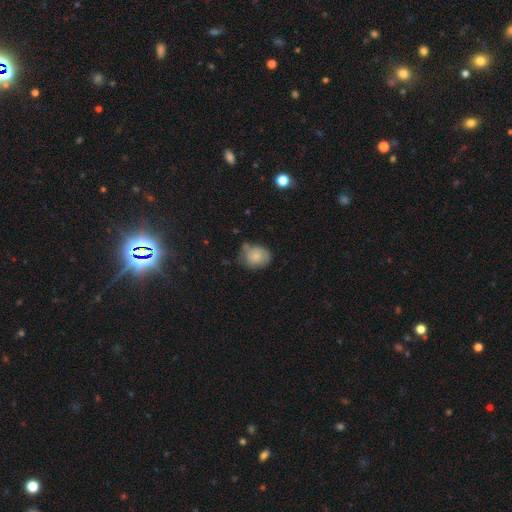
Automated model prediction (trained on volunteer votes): The model was most divided on "merging": none: 49%, minor disturbance: 35%, major disturbance: 11%, merger: 6%. More confident: smooth or featured — smooth (77%); how rounded — round (58%).